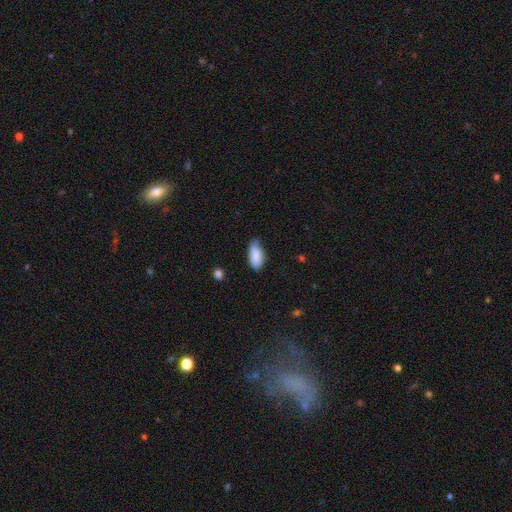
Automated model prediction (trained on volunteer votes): A smooth galaxy with no disk features (86%) that is in between round and cigar-shaped (89%). Merging: none (55%).